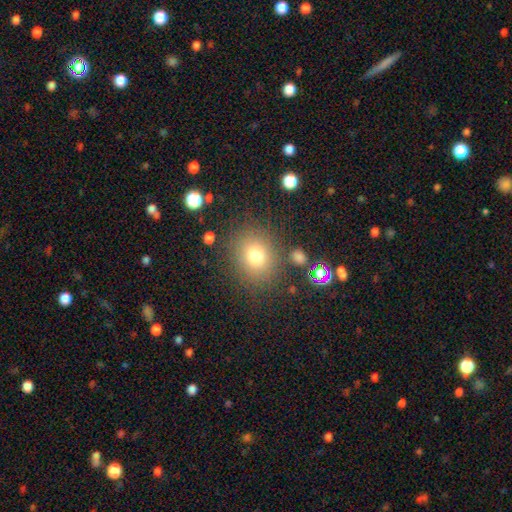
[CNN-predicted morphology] This is likely a smooth galaxy (75%). How rounded: likely round (72%). Merging: clearly none (81%).